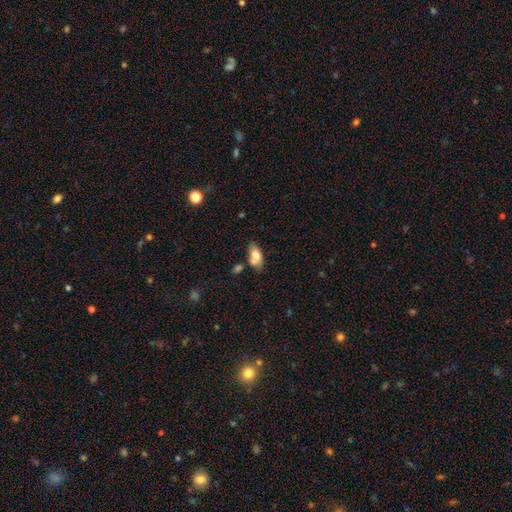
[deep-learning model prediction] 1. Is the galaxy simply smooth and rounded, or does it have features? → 74% smooth, 19% featured or disk, 7% star or artifact.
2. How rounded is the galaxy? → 89% in between, 8% cigar-shaped, 4% round.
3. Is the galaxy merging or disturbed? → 57% none, 22% merger, 17% minor disturbance, 4% major disturbance.